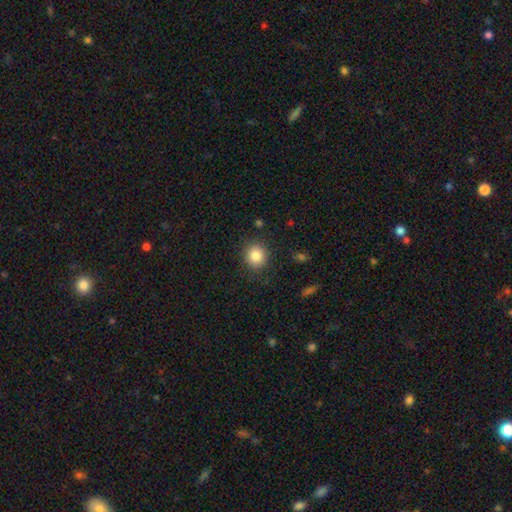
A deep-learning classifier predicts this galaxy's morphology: A smooth galaxy with no disk features (85%) that is round (87%).

Vote fractions:
- Smooth or featured? smooth: 85% / star or artifact: 10% / featured or disk: 6%
- How rounded? round: 87% / in between: 12% / cigar-shaped: 1%
- Merging? none: 89% / minor disturbance: 8% / major disturbance: 3% / merger: 1%